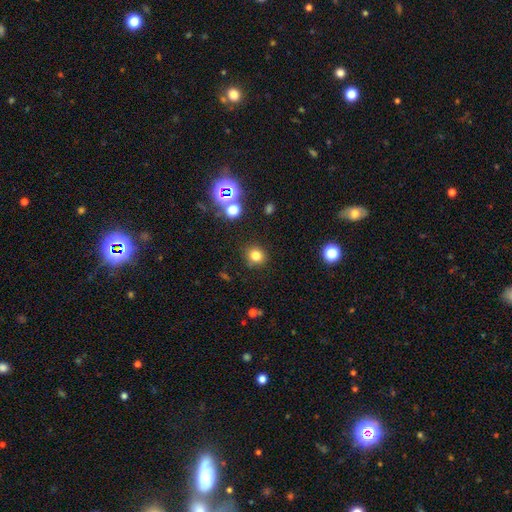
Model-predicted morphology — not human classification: type=smooth (78%); roundness=round (86%); merging=none (87%).